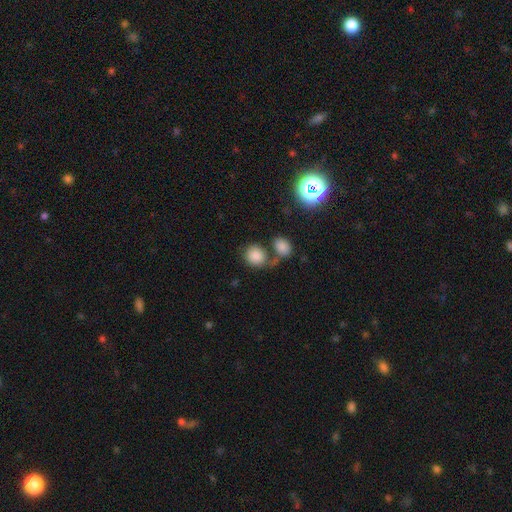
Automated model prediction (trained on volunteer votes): Smooth or featured: smooth — 85% (star or artifact — 9%)
How rounded: round — 70% (in between — 28%)
Merging: none — 45% (merger — 35%)